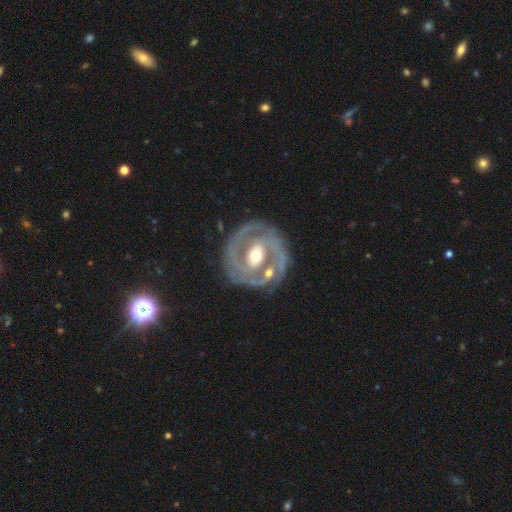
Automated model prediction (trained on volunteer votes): The model was most divided on "bar": weak: 38%, no: 36%, strong: 26%. More confident: edge-on disk — no (97%); spiral arms — yes (87%); smooth or featured — featured or disk (86%); bulge size — moderate (73%); merging — none (68%); spiral arm count — 2 (67%); spiral winding — tight (57%).